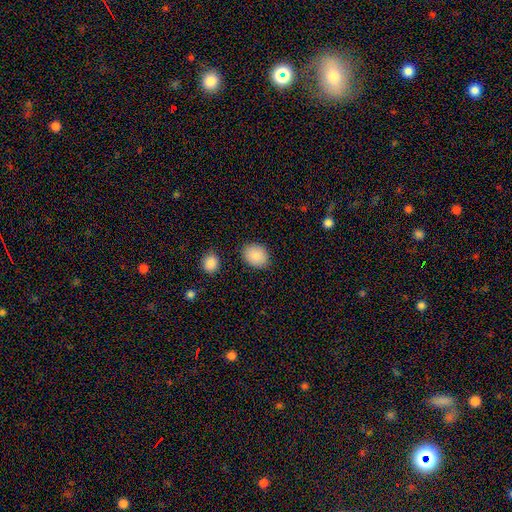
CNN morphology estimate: smooth-or-featured: smooth: 89% | star or artifact: 7% | featured or disk: 4%
  how-rounded: in between: 56% | round: 43% | cigar-shaped: 1%
  merging: none: 86% | minor disturbance: 9% | merger: 3% | major disturbance: 2%